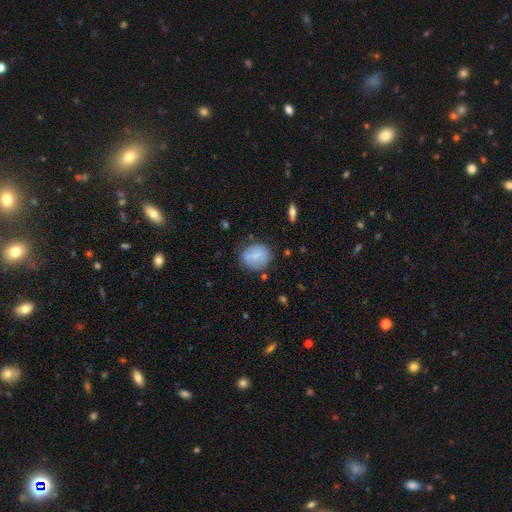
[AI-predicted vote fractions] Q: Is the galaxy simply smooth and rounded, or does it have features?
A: smooth — 71%.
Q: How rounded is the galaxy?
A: round — 66%.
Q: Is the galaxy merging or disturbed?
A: none — 71%.